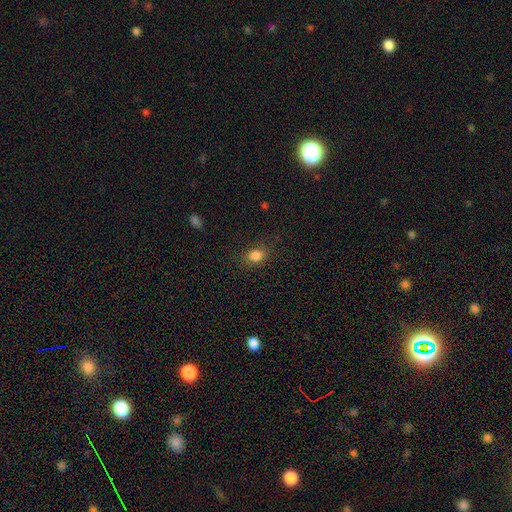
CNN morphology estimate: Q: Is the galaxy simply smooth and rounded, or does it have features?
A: smooth — 83%.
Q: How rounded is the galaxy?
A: in between — 57%.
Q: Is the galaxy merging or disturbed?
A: none — 82%.